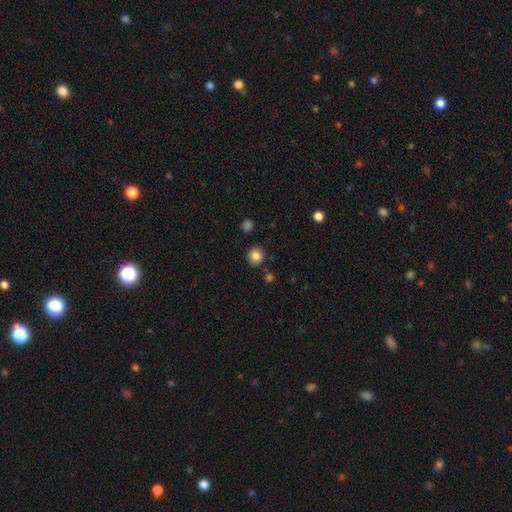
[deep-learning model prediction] Smooth or featured? smooth (85%)
How rounded? round (87%)
Merging? none (85%)